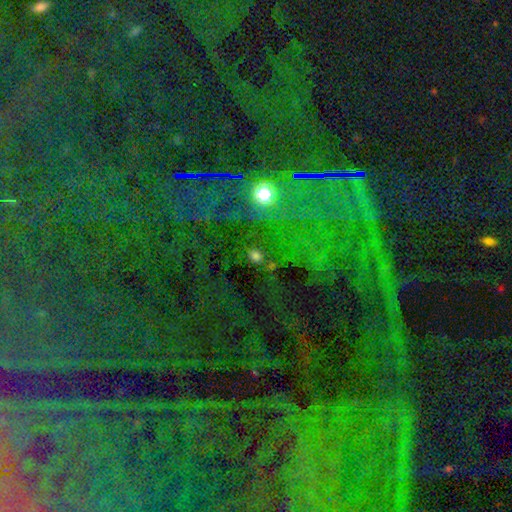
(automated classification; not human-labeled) The model was most divided on "smooth or featured": smooth: 53%, star or artifact: 39%, featured or disk: 8%. More confident: merging — none (80%); how rounded — round (65%).